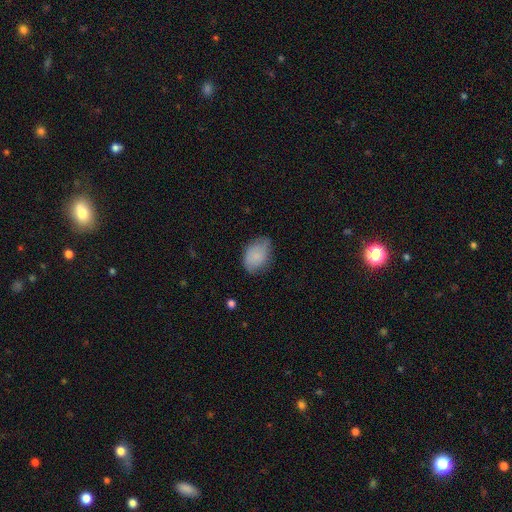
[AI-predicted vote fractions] Overall: smooth (79%). How rounded: in between (77%). Merging: none (60%; minor disturbance 32%).